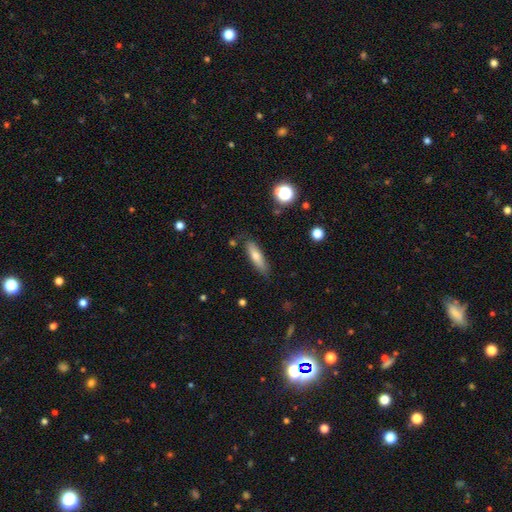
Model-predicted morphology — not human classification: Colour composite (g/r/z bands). It shows a smooth galaxy with no disk features (67%) that is cigar-shaped (66%). Merging: none (82%).